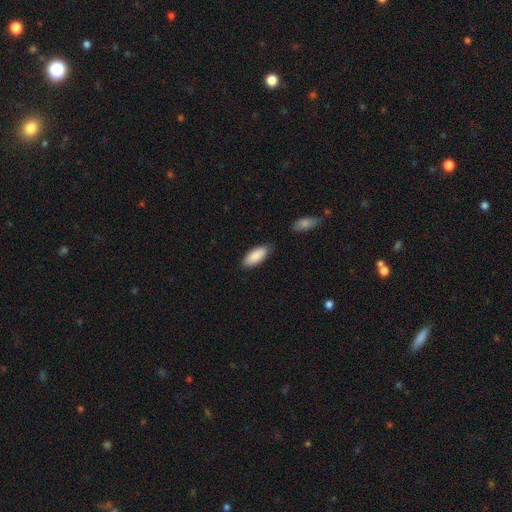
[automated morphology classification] This appears to be a smooth galaxy with no disk features (89%) that is in between round and cigar-shaped (83%). Merging: none (83%).